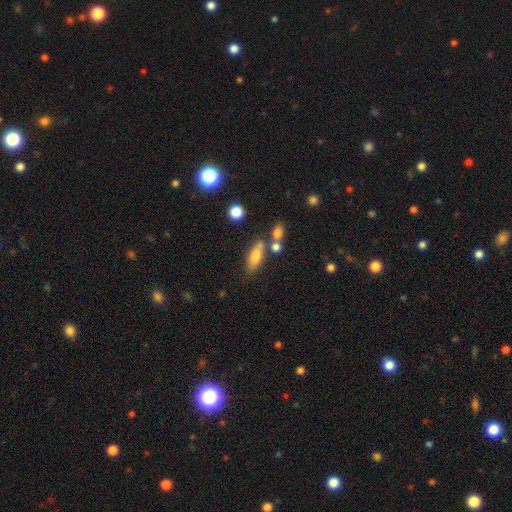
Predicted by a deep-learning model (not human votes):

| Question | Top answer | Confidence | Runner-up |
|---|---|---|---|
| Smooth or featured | smooth | 76% | featured or disk (14%) |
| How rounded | in between | 67% | cigar-shaped (28%) |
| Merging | none | 61% | merger (19%) |